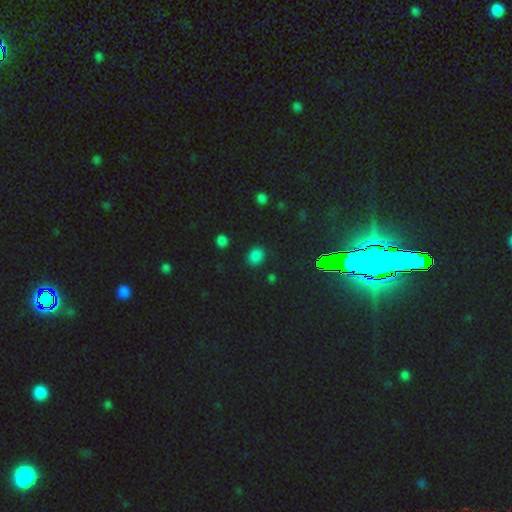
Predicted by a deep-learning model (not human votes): This appears to be a smooth galaxy with no disk features (75%) that is round (62%). Merging: none (86%).